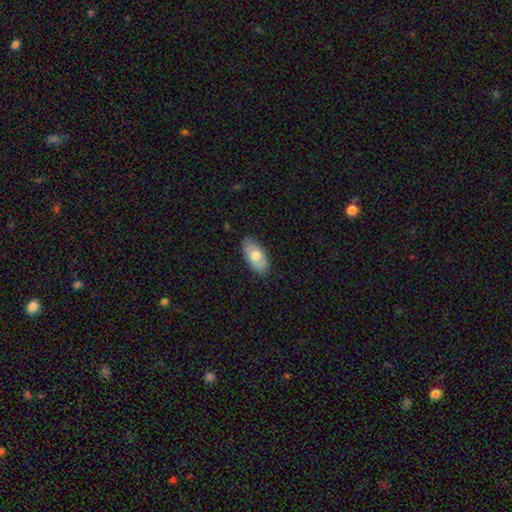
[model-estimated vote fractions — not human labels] Overall: smooth (71%). How rounded: in between (93%). Merging: none (82%).